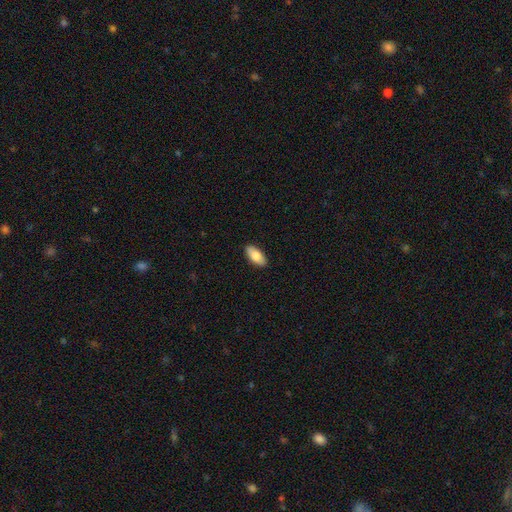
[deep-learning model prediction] smooth_or_featured: smooth (p=0.79) [alt: featured or disk p=0.15]
how_rounded: in between (p=0.90) [alt: cigar-shaped p=0.08]
merging: none (p=0.90) [alt: minor disturbance p=0.08]